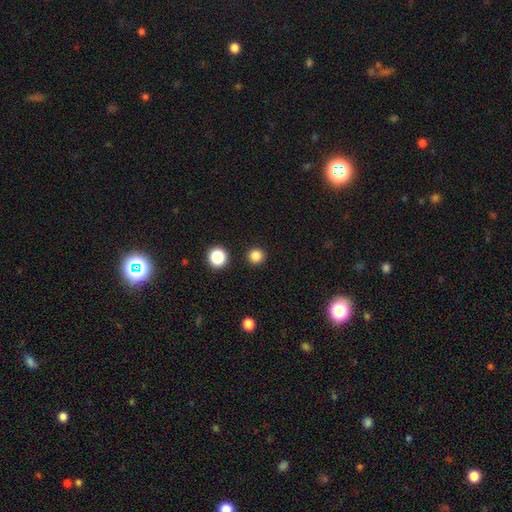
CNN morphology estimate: smooth_or_featured: smooth (p=0.84) [alt: star or artifact p=0.13]
how_rounded: round (p=0.95) [alt: in between p=0.04]
merging: none (p=0.92) [alt: minor disturbance p=0.04]